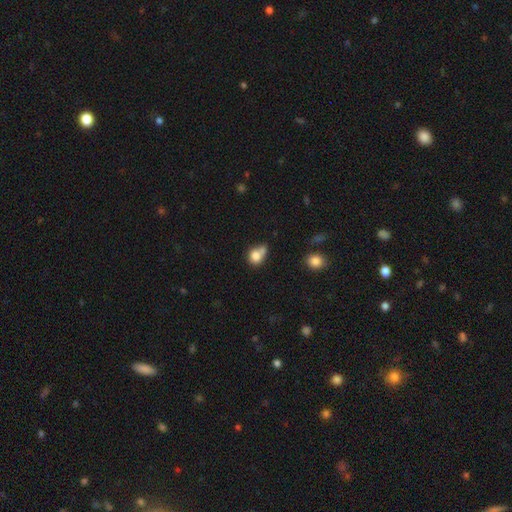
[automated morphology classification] Smooth or featured?
  - smooth: 79% *
  - featured or disk: 12%
  - star or artifact: 10%
How rounded?
  - round: 65% *
  - in between: 34%
  - cigar-shaped: 1%
Merging?
  - merger: 41% *
  - none: 35%
  - minor disturbance: 17%
  - major disturbance: 8%